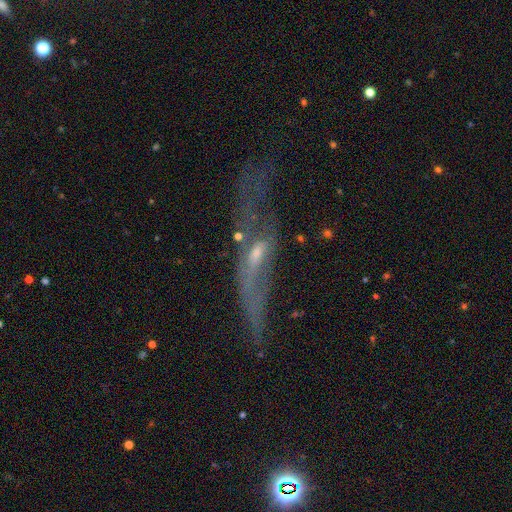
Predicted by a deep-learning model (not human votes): Smooth or featured?
  - featured or disk: 64% *
  - smooth: 24%
  - star or artifact: 12%
Edge-on disk?
  - no: 55% *
  - yes: 45%
Merging?
  - major disturbance: 39% *
  - none: 33%
  - minor disturbance: 21%
  - merger: 8%